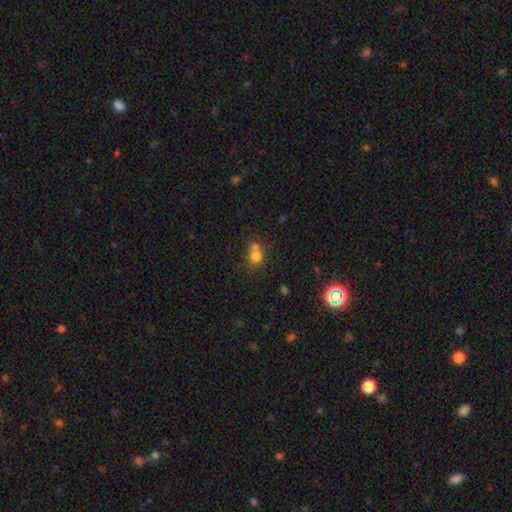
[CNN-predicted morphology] Smooth or featured? smooth (75%)
How rounded? round (74%)
Merging? none (42%, tied with merger)